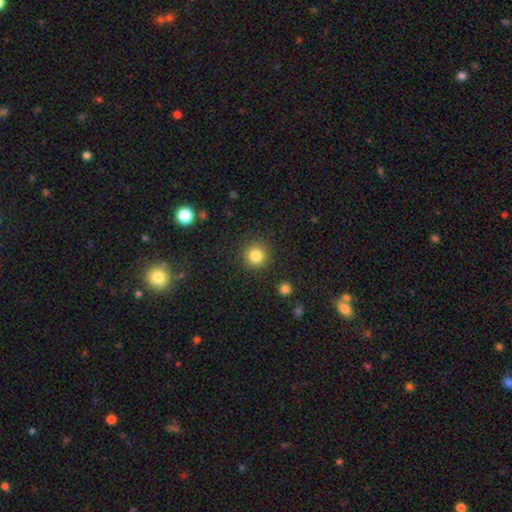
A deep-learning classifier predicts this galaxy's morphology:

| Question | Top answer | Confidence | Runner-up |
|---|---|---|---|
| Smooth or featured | smooth | 84% | star or artifact (11%) |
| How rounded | round | 94% | in between (5%) |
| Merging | none | 89% | minor disturbance (6%) |